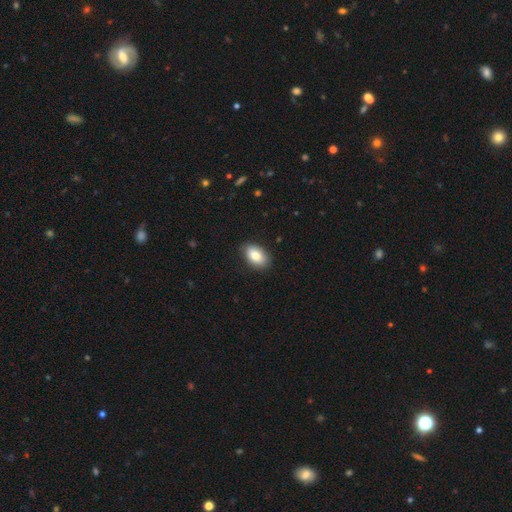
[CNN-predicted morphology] smooth-or-featured: smooth: 81% | featured or disk: 12% | star or artifact: 7%
  how-rounded: in between: 91% | round: 8% | cigar-shaped: 1%
  merging: none: 85% | minor disturbance: 12% | major disturbance: 2% | merger: 1%